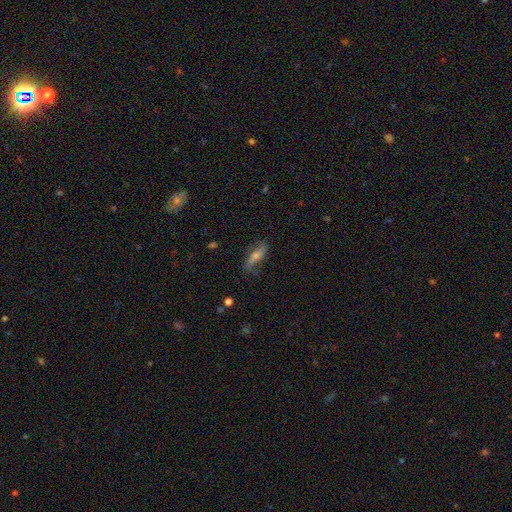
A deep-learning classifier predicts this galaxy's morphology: This appears to be a featured or disk galaxy (63%) with no bar (49%), spiral arms (90%) and a moderate central bulge (45%). Merging: none (73%).